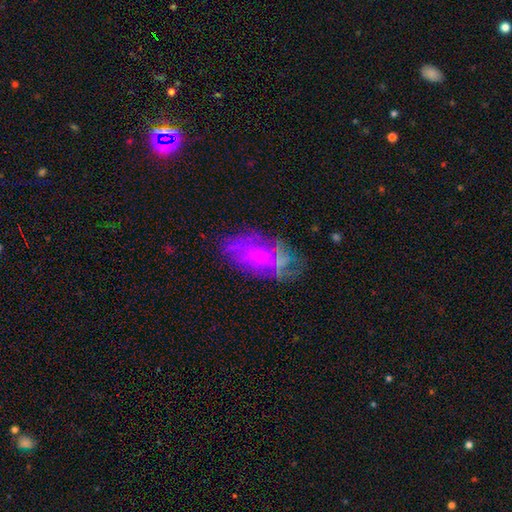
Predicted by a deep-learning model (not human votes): A featured or disk galaxy (60%) with no bar (80%), spiral arms (50%, tied with no) and a small central bulge (62%).

Vote fractions:
- Smooth or featured? featured or disk: 60% / smooth: 30% / star or artifact: 11%
- Edge-on disk? no: 94% / yes: 6%
- Bar? no: 80% / weak: 17% / strong: 3%
- Spiral arms? yes: 50% (tied) / no: 50% (tied)
- Bulge size? small: 62% / none: 19% / moderate: 17% / large: 2% / dominant: 1%
- Merging? none: 56% / minor disturbance: 23% / major disturbance: 14% / merger: 7%